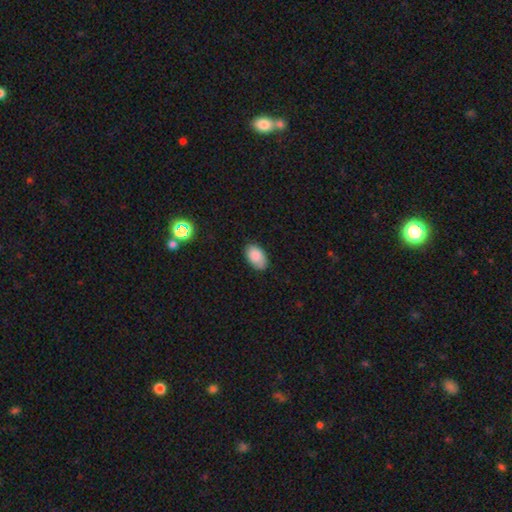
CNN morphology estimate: The model was most divided on "merging": none: 81%, minor disturbance: 15%, major disturbance: 3%, merger: 1%. More confident: how rounded — in between (94%); smooth or featured — smooth (87%).